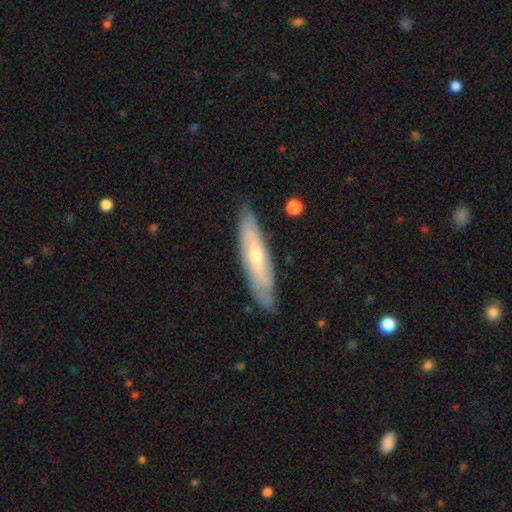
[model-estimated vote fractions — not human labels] The model was most divided on "edge-on disk": yes: 54%, no: 46%. More confident: merging — none (83%); smooth or featured — featured or disk (53%).